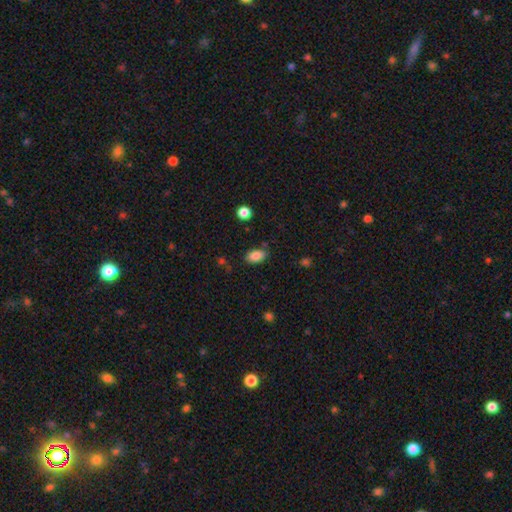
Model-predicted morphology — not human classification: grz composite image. It shows a smooth galaxy with no disk features (86%) that is in between round and cigar-shaped (91%). Merging: none (80%).